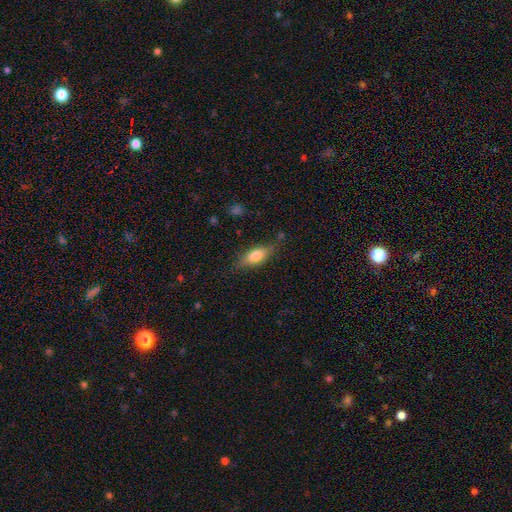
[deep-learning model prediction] This is likely a smooth galaxy (66%). How rounded: likely in between (70%). Merging: likely none (76%).